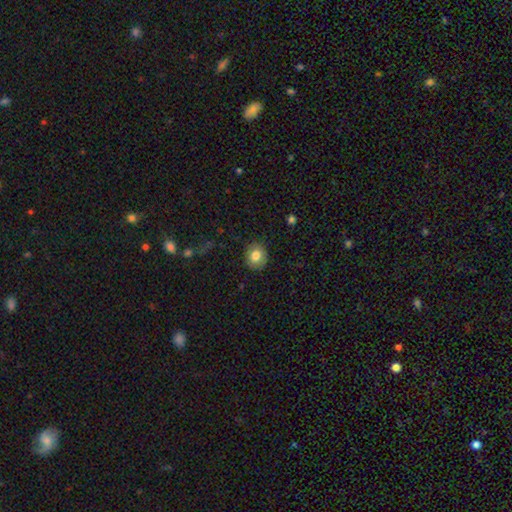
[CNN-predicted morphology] A smooth galaxy with no disk features (80%) that is round (73%). Merging: none (87%).